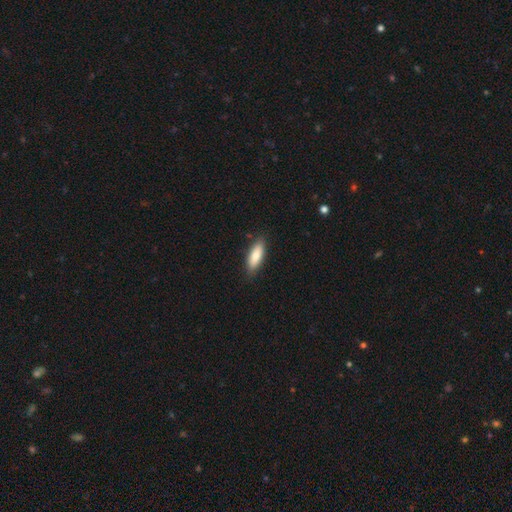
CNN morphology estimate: type=smooth (82%); roundness=in between (63%); merging=none (85%).